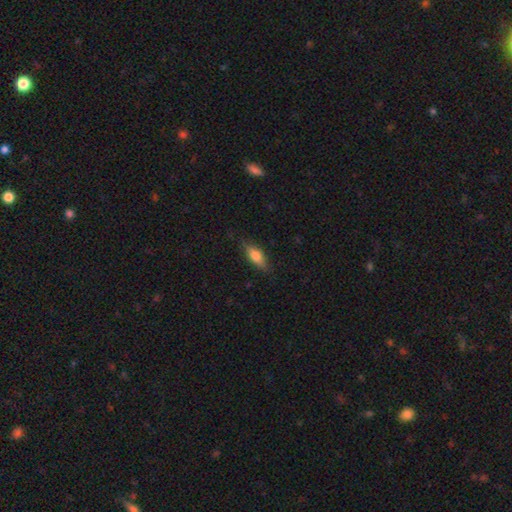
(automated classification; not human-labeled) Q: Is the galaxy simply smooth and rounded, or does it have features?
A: smooth — 72%.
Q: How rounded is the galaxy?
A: in between — 69%.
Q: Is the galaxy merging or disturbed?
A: none — 79%.